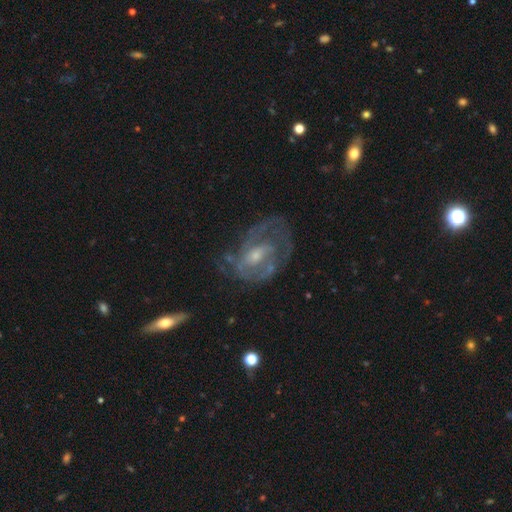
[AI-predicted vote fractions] Smooth or featured: featured or disk — 78% (smooth — 15%)
Edge-on disk: no — 96% (yes — 4%)
Bar: no — 49% (weak — 42%)
Spiral arms: yes — 76% (no — 24%)
Spiral winding: tight — 46% (medium — 39%)
Spiral arm count: can't tell — 38% (2 — 34%)
Bulge size: small — 50% (moderate — 41%)
Merging: none — 51% (major disturbance — 24%)